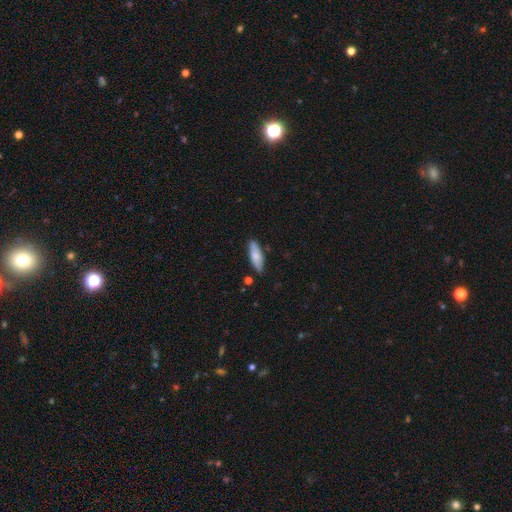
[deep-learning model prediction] A smooth galaxy with no disk features (75%) that is in between round and cigar-shaped (50%).

Vote fractions:
- Smooth or featured? smooth: 75% / featured or disk: 19% / star or artifact: 6%
- How rounded? in between: 50% / cigar-shaped: 48% / round: 2%
- Merging? none: 83% / minor disturbance: 13% / major disturbance: 2% / merger: 2%